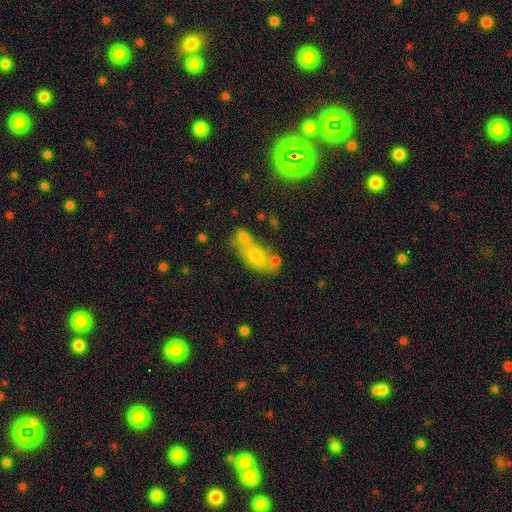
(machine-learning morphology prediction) smooth-or-featured: smooth: 65% | featured or disk: 24% | star or artifact: 11%
  how-rounded: in between: 81% | cigar-shaped: 11% | round: 9%
  merging: merger: 49% | none: 27% | minor disturbance: 14% | major disturbance: 11%